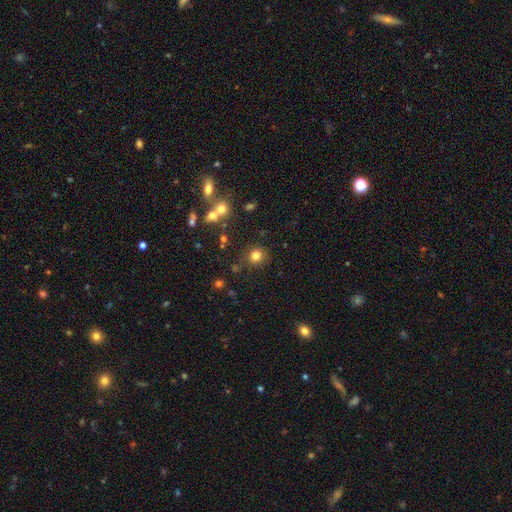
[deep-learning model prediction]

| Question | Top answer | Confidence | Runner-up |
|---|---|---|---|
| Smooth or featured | smooth | 78% | star or artifact (15%) |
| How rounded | round | 90% | in between (9%) |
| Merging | none | 84% | minor disturbance (8%) |